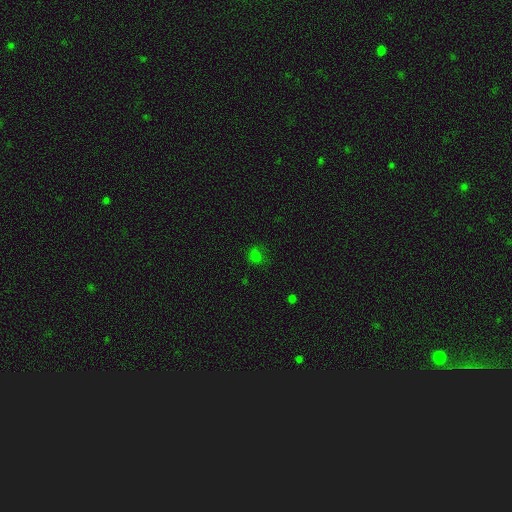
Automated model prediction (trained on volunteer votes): Smooth or featured?
  - smooth: 65% *
  - star or artifact: 28%
  - featured or disk: 7%
How rounded?
  - round: 60% *
  - in between: 39%
  - cigar-shaped: 2%
Merging?
  - none: 65% *
  - minor disturbance: 22%
  - major disturbance: 11%
  - merger: 3%